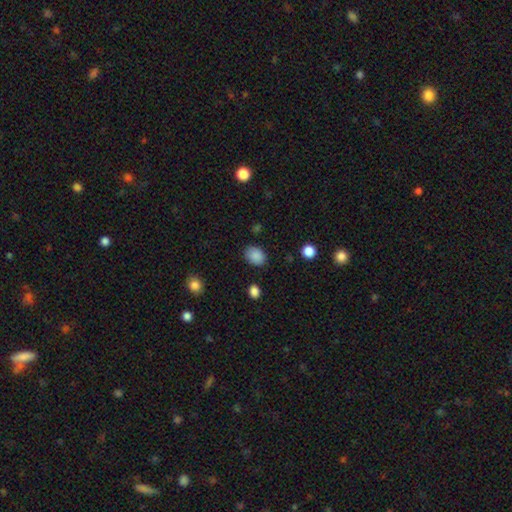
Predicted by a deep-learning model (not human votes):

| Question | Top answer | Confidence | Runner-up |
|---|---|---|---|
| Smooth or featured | smooth | 88% | star or artifact (9%) |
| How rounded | in between | 63% | round (36%) |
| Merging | none | 84% | minor disturbance (11%) |